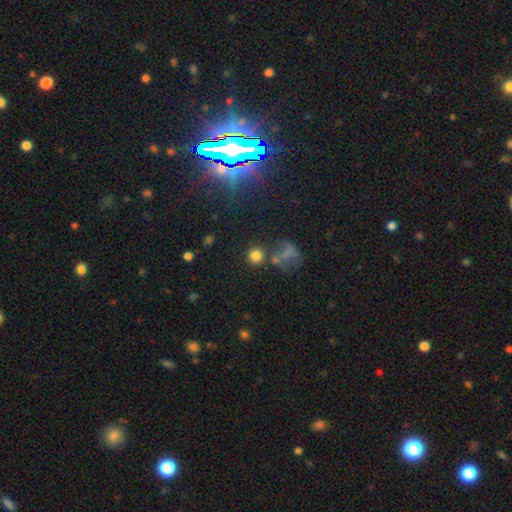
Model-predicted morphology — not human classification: Q: Smooth or featured?
A: smooth (78%); runner-up: star or artifact (15%)
Q: How rounded?
A: round (91%); runner-up: in between (7%)
Q: Merging?
A: none (72%); runner-up: merger (14%)